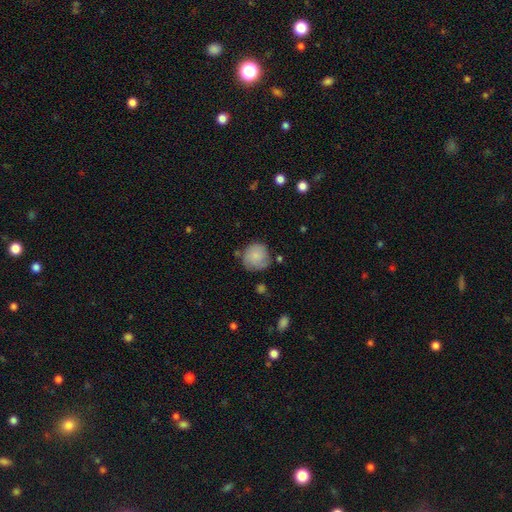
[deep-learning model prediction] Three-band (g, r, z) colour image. It shows a smooth galaxy with no disk features (76%) that is round (90%). Merging: none (67%).